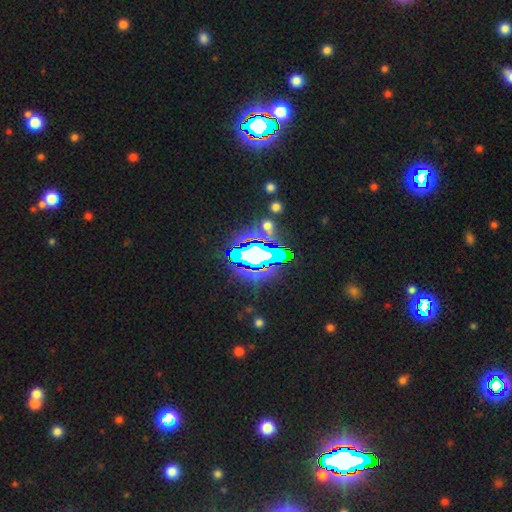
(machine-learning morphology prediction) smooth-or-featured: star or artifact: 63% | featured or disk: 20% | smooth: 17%